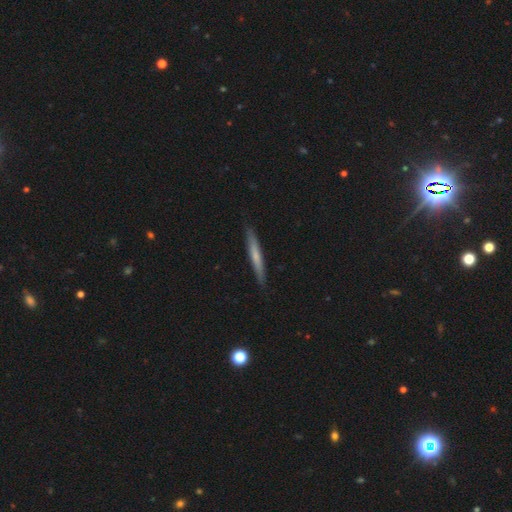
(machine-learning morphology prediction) Smooth or featured? Predicted: smooth (p=0.55). How rounded? Predicted: cigar-shaped (p=0.96). Merging? Predicted: none (p=0.90).